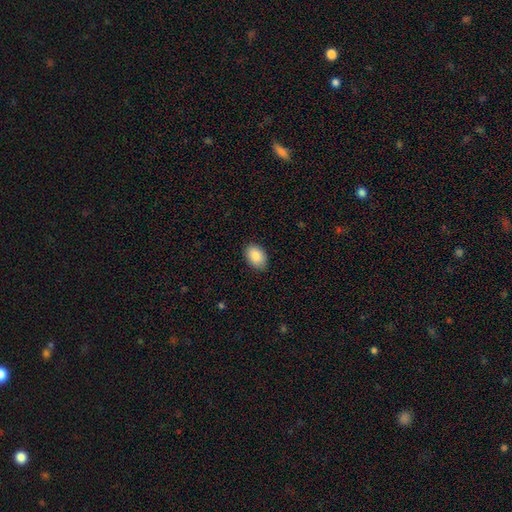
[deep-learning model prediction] Smooth or featured: smooth — 87% (star or artifact — 7%)
How rounded: in between — 87% (round — 12%)
Merging: none — 86% (minor disturbance — 11%)